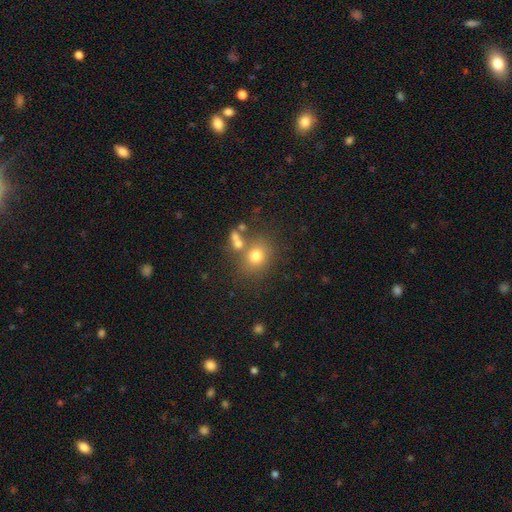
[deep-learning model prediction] Smooth or featured? Predicted: smooth (p=0.74). How rounded? Predicted: round (p=0.70). Merging? Predicted: none (p=0.64).